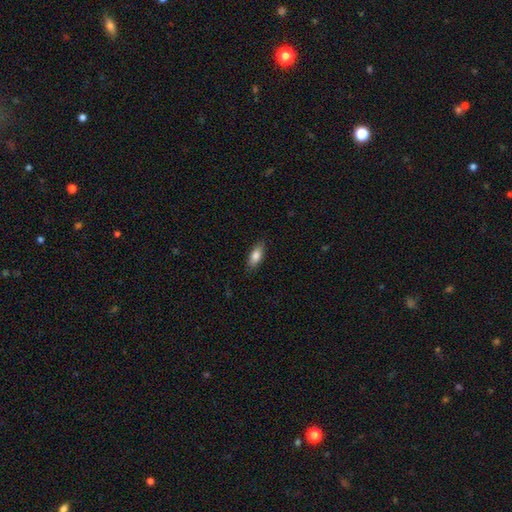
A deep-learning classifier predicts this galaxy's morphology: Smooth or featured: smooth — 82% (featured or disk — 11%)
How rounded: in between — 79% (cigar-shaped — 18%)
Merging: none — 85% (minor disturbance — 11%)